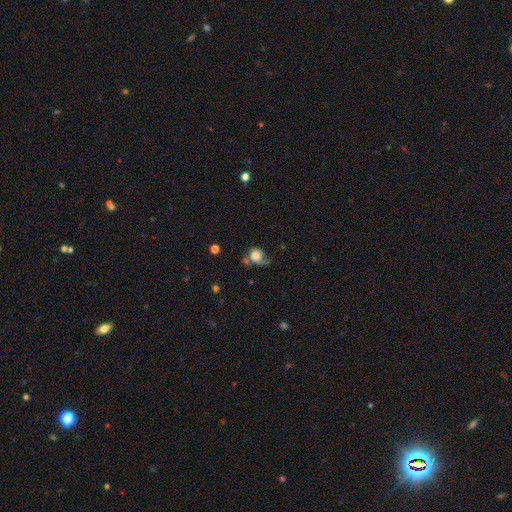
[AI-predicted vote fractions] Q: Smooth or featured?
A: smooth (62%); runner-up: featured or disk (27%)
Q: How rounded?
A: round (70%); runner-up: in between (29%)
Q: Merging?
A: none (31%); runner-up: major disturbance (29%)